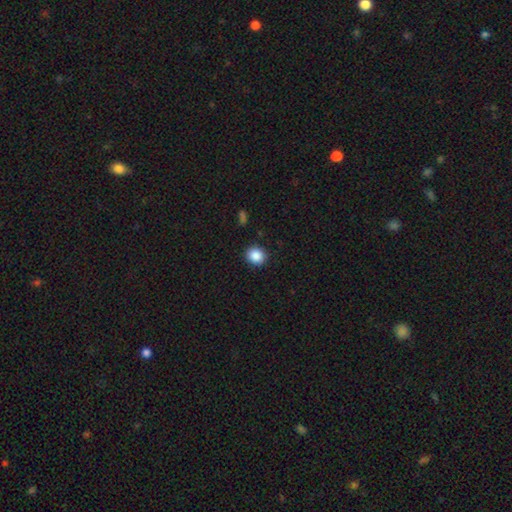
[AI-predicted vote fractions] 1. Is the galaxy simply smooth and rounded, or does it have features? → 87% smooth, 9% star or artifact, 4% featured or disk.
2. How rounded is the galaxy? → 80% round, 19% in between, 1% cigar-shaped.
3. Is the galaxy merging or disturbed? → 90% none, 7% minor disturbance, 2% major disturbance, 1% merger.